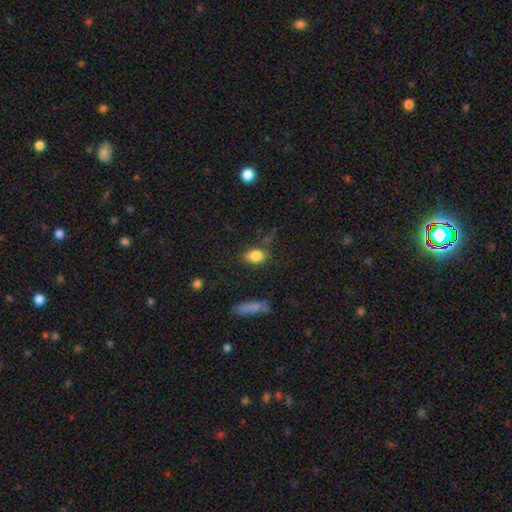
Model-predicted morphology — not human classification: Overall: smooth (84%). How rounded: in between (72%). Merging: none (71%).